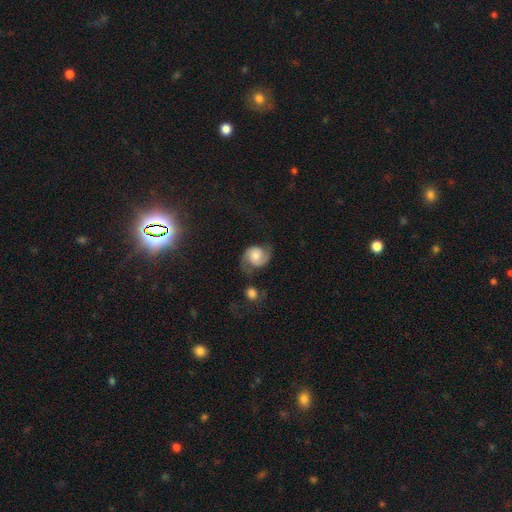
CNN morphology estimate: smooth_or_featured: featured or disk (p=0.68) [alt: smooth p=0.24]
disk_edge_on: no (p=0.98) [alt: yes p=0.02]
bar: no (p=0.70) [alt: weak p=0.26]
has_spiral_arms: yes (p=0.94) [alt: no p=0.06]
spiral_winding: medium (p=0.46) [alt: loose p=0.30]
spiral_arm_count: 2 (p=0.90) [alt: can't tell p=0.04]
bulge_size: moderate (p=0.46) [alt: small p=0.29]
merging: none (p=0.57) [alt: minor disturbance p=0.22]